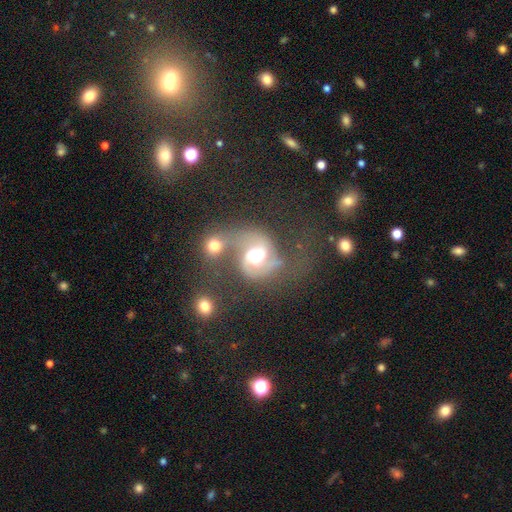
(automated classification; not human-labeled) Morphology: type=featured or disk (79%); edge-on=no (98%); bar=no (48%); spiral arms=yes (93%); winding=medium (51%); arm count=2 (88%); bulge=moderate (56%); merging=merger (55%).